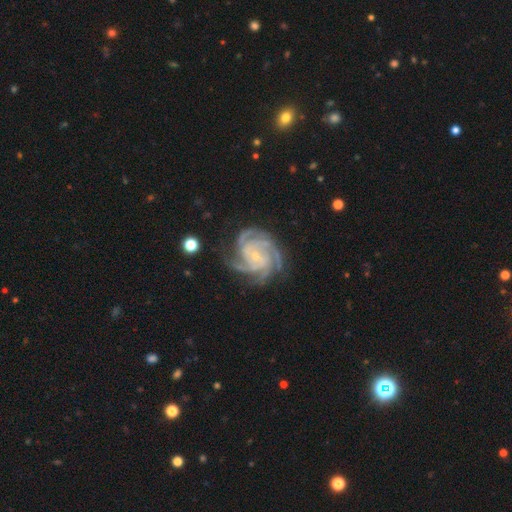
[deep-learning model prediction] A featured or disk galaxy (92%) with no bar (67%), 4 (44%) tight (70%) spiral arms (99%) and a small central bulge (80%).

Vote fractions:
- Smooth or featured? featured or disk: 92% / star or artifact: 5% / smooth: 3%
- Edge-on disk? no: 98% / yes: 2%
- Bar? no: 67% / weak: 24% / strong: 9%
- Spiral arms? yes: 99% / no: 1%
- Spiral winding? tight: 70% / medium: 27% / loose: 3%
- Spiral arm count? 4: 44% / 3: 28% / can't tell: 8% / more than 4: 8% / 2: 7% / 1: 5%
- Bulge size? small: 80% / moderate: 15% / none: 3% / large: 1% / dominant: 1%
- Merging? none: 76% / minor disturbance: 17% / major disturbance: 6% / merger: 1%